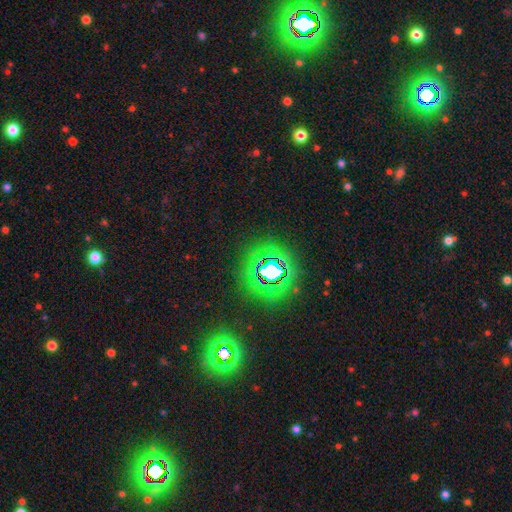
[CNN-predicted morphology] Smooth or featured? Predicted: star or artifact (p=0.82).